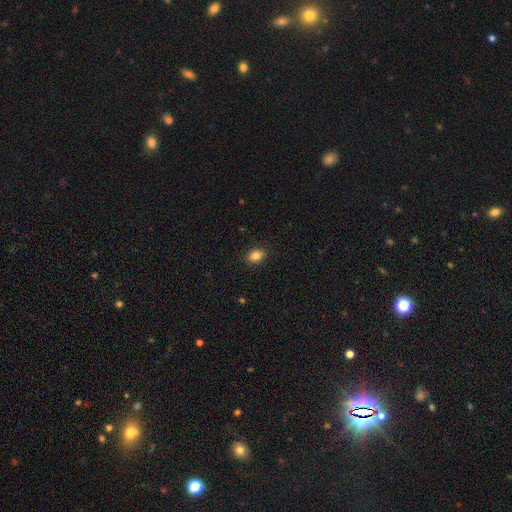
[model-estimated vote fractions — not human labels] Smooth or featured?
  - smooth: 85% *
  - star or artifact: 10%
  - featured or disk: 6%
How rounded?
  - in between: 73% *
  - round: 25%
  - cigar-shaped: 1%
Merging?
  - none: 89% *
  - minor disturbance: 8%
  - major disturbance: 2%
  - merger: 1%